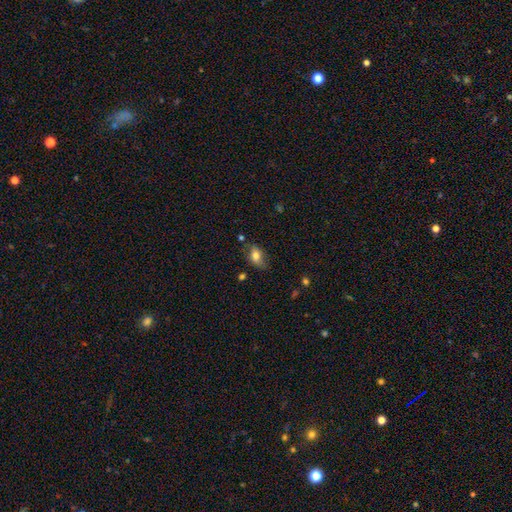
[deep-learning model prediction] Overall: smooth (74%). How rounded: in between (86%). Merging: none (69%).